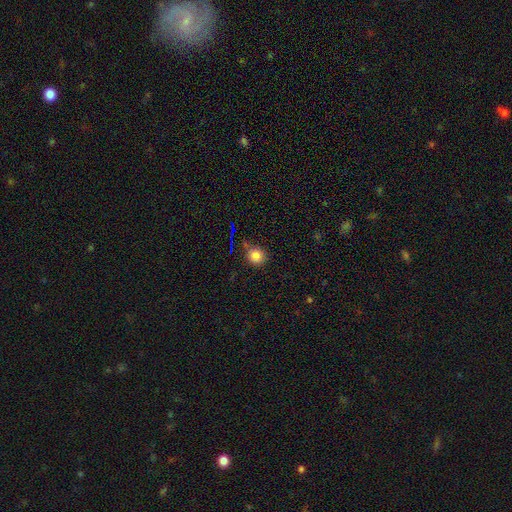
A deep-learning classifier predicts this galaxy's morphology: Smooth or featured?
  - smooth: 82% *
  - star or artifact: 12%
  - featured or disk: 5%
How rounded?
  - round: 90% *
  - in between: 9%
  - cigar-shaped: 1%
Merging?
  - none: 76% *
  - minor disturbance: 14%
  - merger: 6%
  - major disturbance: 4%